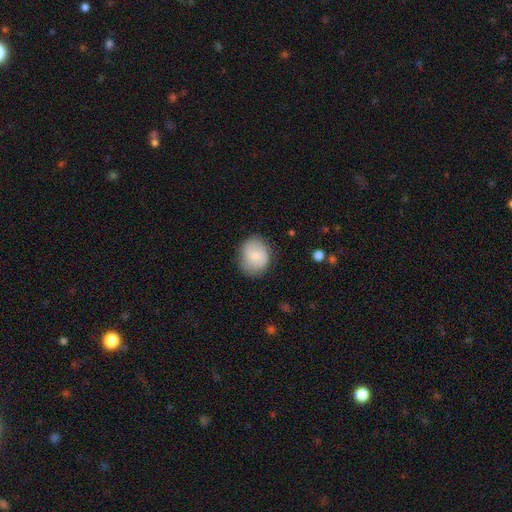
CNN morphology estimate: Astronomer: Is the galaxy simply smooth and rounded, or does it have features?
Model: smooth — 75%.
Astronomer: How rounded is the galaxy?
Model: round — 66%.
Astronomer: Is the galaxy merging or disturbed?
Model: none — 77%.